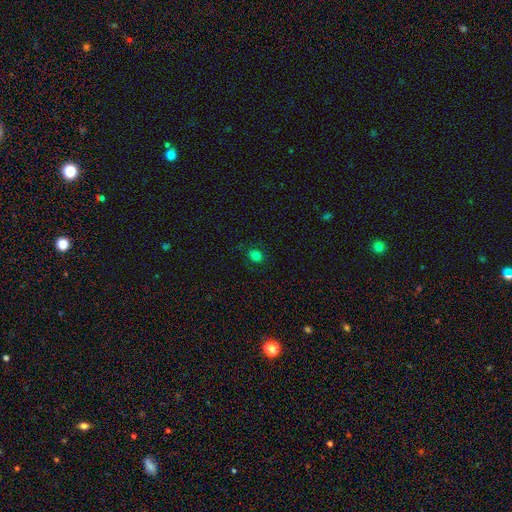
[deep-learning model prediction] Overall: smooth (80%). How rounded: round (54%; in between 45%). Merging: none (82%).